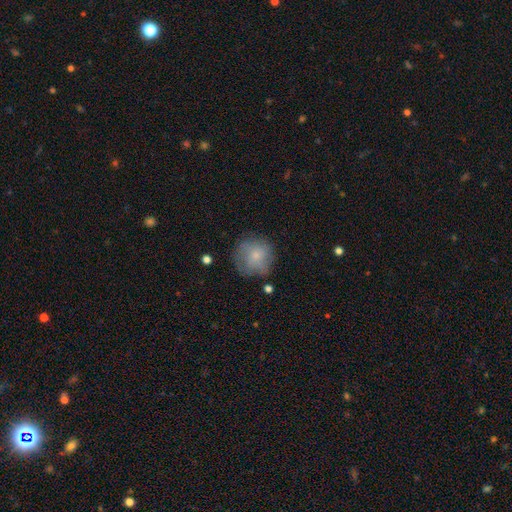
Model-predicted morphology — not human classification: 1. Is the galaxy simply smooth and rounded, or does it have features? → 71% smooth, 21% featured or disk, 9% star or artifact.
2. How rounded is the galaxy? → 92% round, 7% in between, 1% cigar-shaped.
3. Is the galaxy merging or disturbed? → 69% none, 20% minor disturbance, 9% major disturbance, 2% merger.